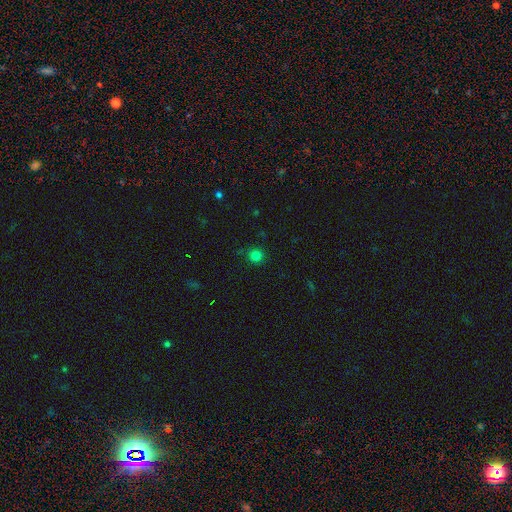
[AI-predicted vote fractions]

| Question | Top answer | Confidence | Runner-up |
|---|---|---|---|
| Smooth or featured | smooth | 79% | star or artifact (17%) |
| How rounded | round | 94% | in between (5%) |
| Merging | none | 87% | minor disturbance (9%) |